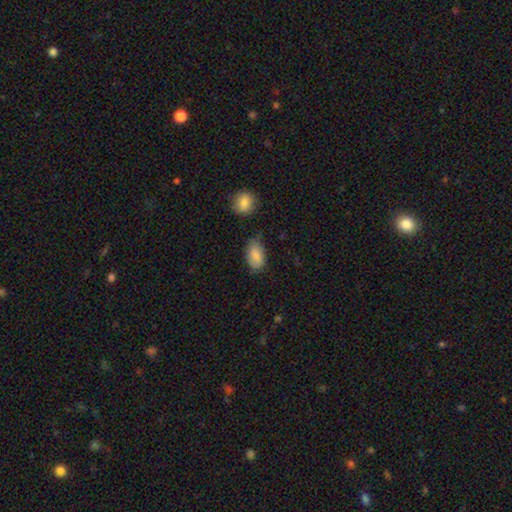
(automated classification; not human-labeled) Smooth or featured: smooth — 83% (featured or disk — 10%)
How rounded: in between — 92% (round — 6%)
Merging: none — 63% (minor disturbance — 27%)